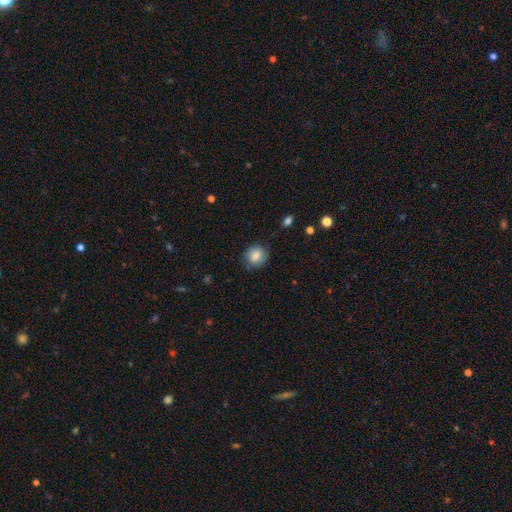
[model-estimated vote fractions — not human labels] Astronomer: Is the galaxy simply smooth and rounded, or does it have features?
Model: smooth — 78%.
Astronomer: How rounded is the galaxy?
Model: round — 77%.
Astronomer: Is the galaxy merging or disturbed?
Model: none — 78%.